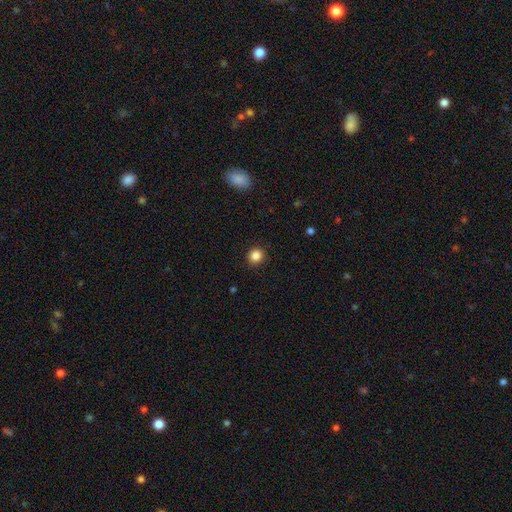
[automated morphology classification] Smooth or featured? smooth (85%)
How rounded? round (89%)
Merging? none (90%)